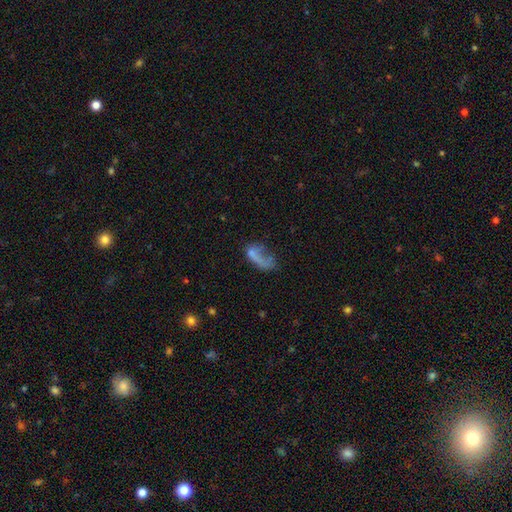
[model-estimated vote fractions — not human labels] Q: Smooth or featured?
A: smooth (54%); runner-up: featured or disk (33%)
Q: How rounded?
A: in between (81%); runner-up: cigar-shaped (10%)
Q: Merging?
A: major disturbance (47%); runner-up: none (24%)